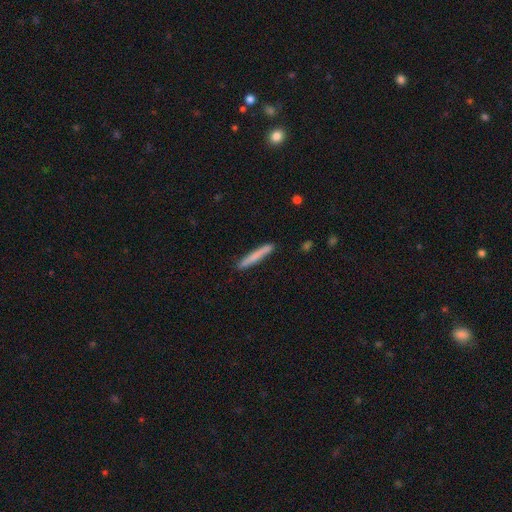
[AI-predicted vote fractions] Smooth or featured: smooth — 72% (featured or disk — 23%)
How rounded: cigar-shaped — 96% (in between — 3%)
Merging: none — 89% (minor disturbance — 8%)